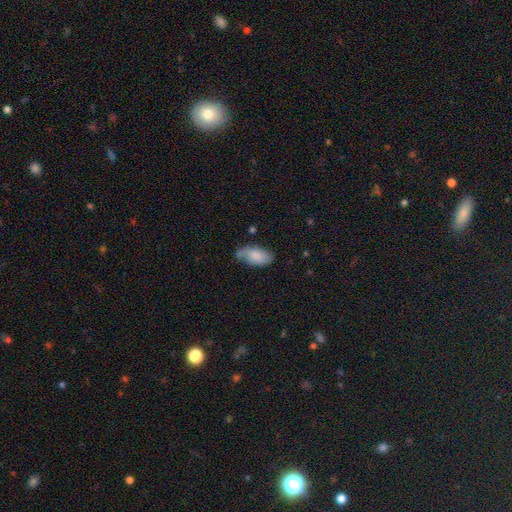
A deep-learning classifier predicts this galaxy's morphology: Smooth or featured: smooth — 75% (featured or disk — 19%)
How rounded: in between — 94% (cigar-shaped — 4%)
Merging: none — 52% (minor disturbance — 34%)